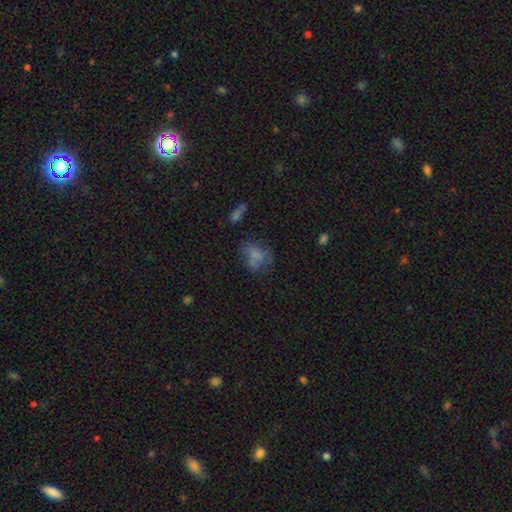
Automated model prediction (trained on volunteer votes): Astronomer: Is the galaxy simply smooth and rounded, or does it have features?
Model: smooth — 62%.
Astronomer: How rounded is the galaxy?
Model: in between — 66%.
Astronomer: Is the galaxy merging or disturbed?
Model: none — 41% (runner-up: minor disturbance, 24%).